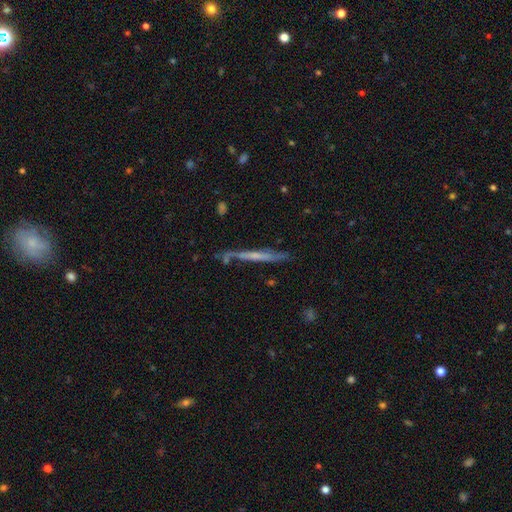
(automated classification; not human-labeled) The model was most divided on "smooth or featured": featured or disk: 57%, smooth: 36%, star or artifact: 7%. More confident: edge-on disk — yes (90%); edge-on bulge — none (72%); merging — none (70%).